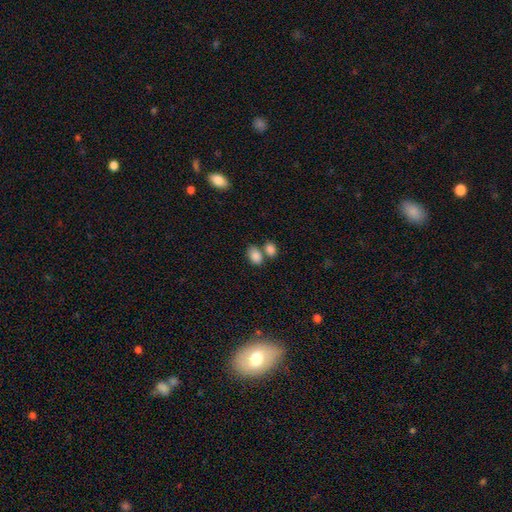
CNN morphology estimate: Smooth or featured? Predicted: smooth (p=0.86). How rounded? Predicted: in between (p=0.85). Merging? Predicted: merger (p=0.44).